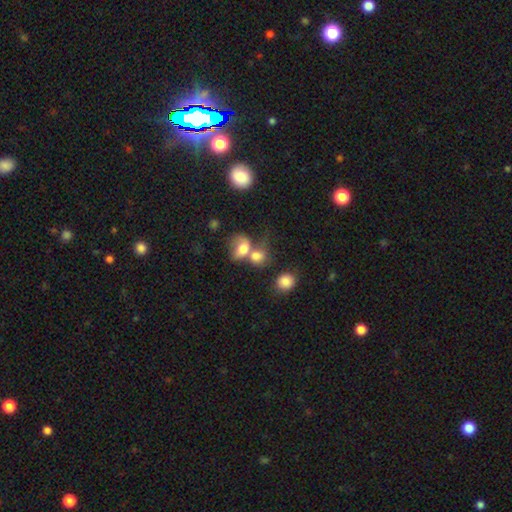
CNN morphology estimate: type=smooth (71%); roundness=in between (54%); merging=merger (63%).